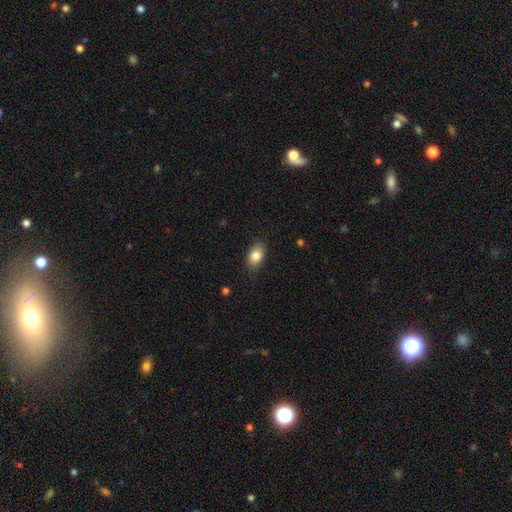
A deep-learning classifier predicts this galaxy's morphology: Smooth or featured: smooth — 84% (featured or disk — 9%)
How rounded: in between — 88% (round — 10%)
Merging: none — 86% (minor disturbance — 11%)